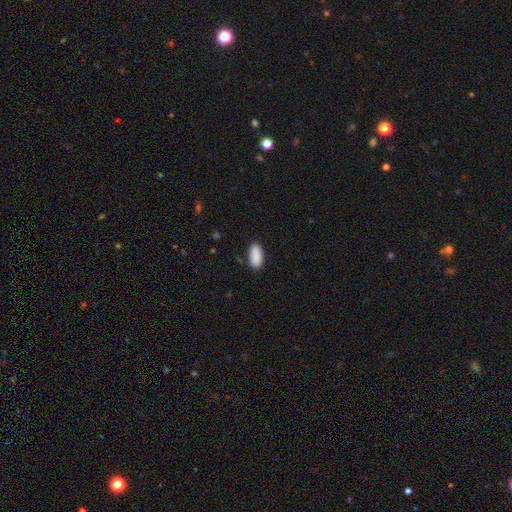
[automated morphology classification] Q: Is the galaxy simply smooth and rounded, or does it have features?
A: smooth — 90%.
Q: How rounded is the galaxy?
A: in between — 89%.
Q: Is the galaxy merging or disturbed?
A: none — 86%.